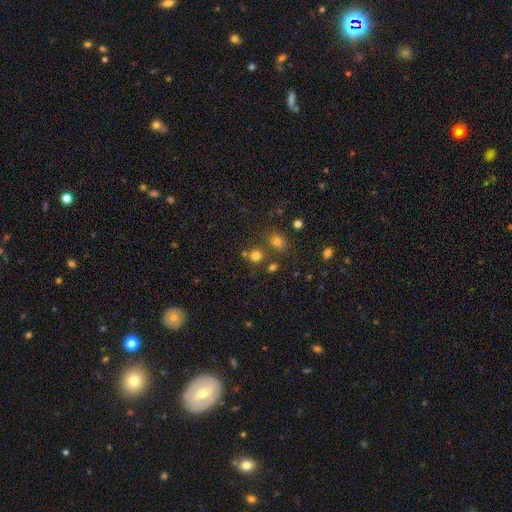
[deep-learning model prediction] This is likely a smooth galaxy (75%). How rounded: clearly round (84%). Merging: likely none (69%).